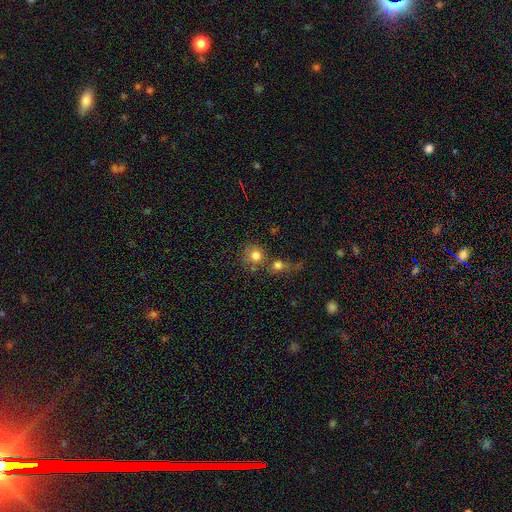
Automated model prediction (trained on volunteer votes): smooth_or_featured: smooth (p=0.78) [alt: star or artifact p=0.11]
how_rounded: round (p=0.87) [alt: in between p=0.12]
merging: none (p=0.49) [alt: merger p=0.34]